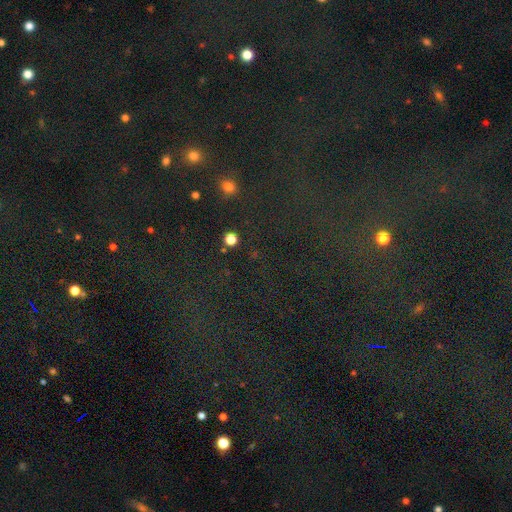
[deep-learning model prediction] Smooth or featured?
  - star or artifact: 79% *
  - smooth: 13%
  - featured or disk: 8%